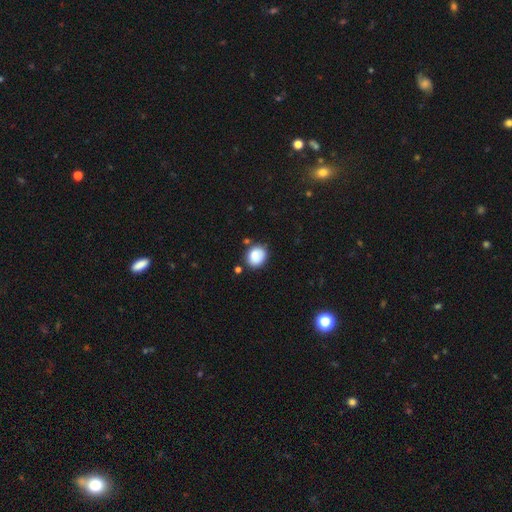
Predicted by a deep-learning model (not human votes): smooth-or-featured: smooth: 84% | star or artifact: 8% | featured or disk: 8%
  how-rounded: round: 56% | in between: 43% | cigar-shaped: 1%
  merging: none: 75% | minor disturbance: 16% | merger: 6% | major disturbance: 3%